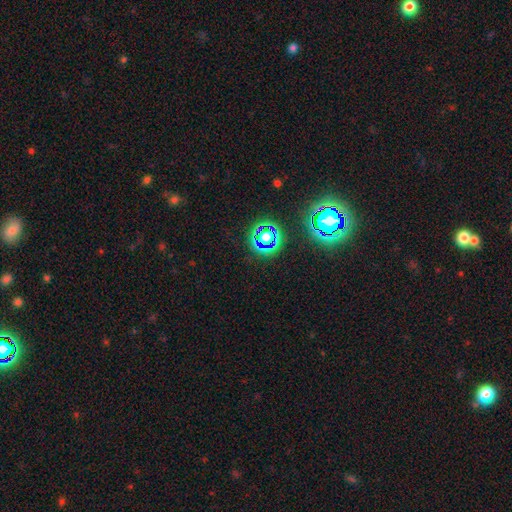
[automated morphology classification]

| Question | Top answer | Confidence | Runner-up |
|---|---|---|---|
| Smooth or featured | star or artifact | 76% | smooth (17%) |